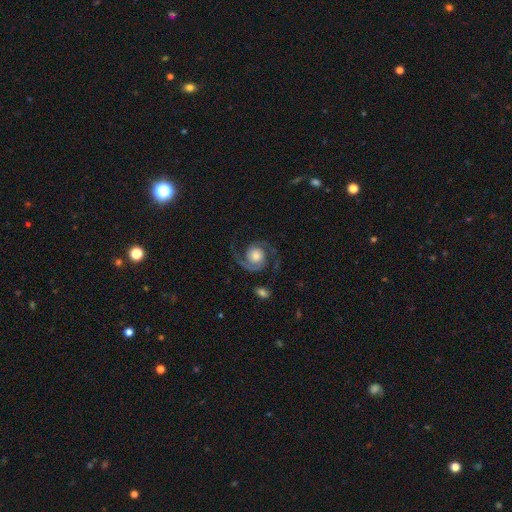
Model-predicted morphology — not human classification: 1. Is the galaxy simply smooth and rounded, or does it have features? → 90% featured or disk, 6% smooth, 5% star or artifact.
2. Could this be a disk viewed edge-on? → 98% no, 2% yes.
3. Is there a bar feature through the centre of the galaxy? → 76% no, 19% weak, 5% strong.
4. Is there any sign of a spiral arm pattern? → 98% yes, 2% no.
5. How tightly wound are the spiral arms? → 53% medium, 23% tight, 23% loose.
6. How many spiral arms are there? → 93% 2, 2% 1, 1% can't tell, 1% 3, 1% 4, 1% more than 4.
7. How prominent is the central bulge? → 41% moderate, 28% large, 19% small, 6% dominant, 5% none.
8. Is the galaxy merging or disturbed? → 78% none, 12% minor disturbance, 8% major disturbance, 2% merger.